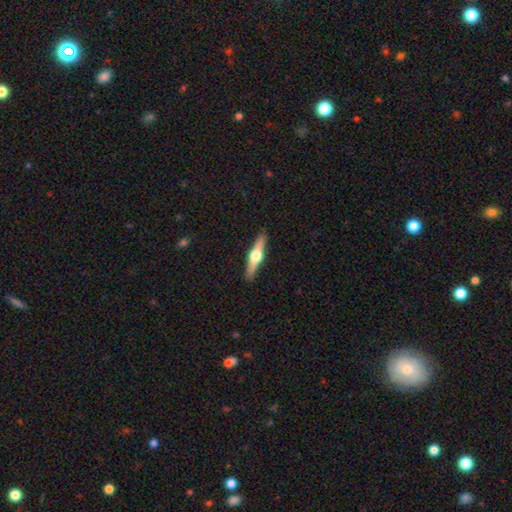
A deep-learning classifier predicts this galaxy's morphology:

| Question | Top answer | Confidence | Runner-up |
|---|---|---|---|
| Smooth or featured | featured or disk | 71% | smooth (24%) |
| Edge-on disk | yes | 97% | no (3%) |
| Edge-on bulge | rounded | 96% | boxy (3%) |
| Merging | none | 91% | minor disturbance (6%) |